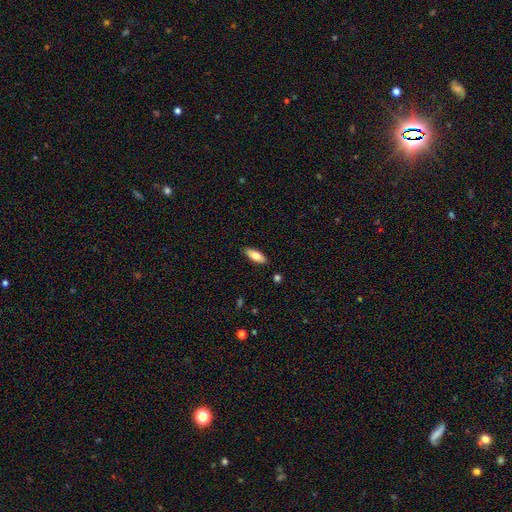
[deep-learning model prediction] smooth 78%, featured or disk 16%, star or artifact 6%. Down the decision tree: how rounded — in between (74%); merging — none (88%).